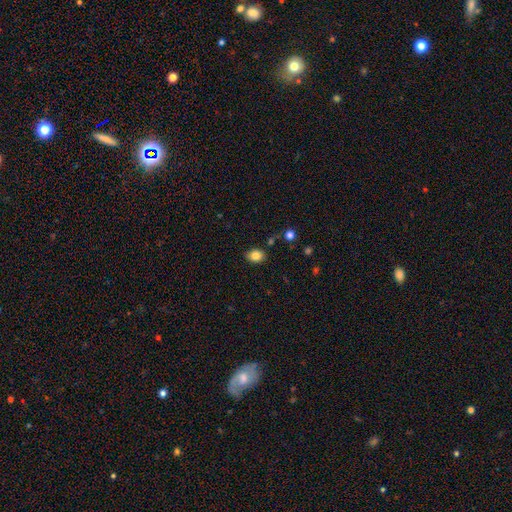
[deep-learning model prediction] This is clearly a smooth galaxy (84%). How rounded: likely in between (61%). Merging: clearly none (81%).